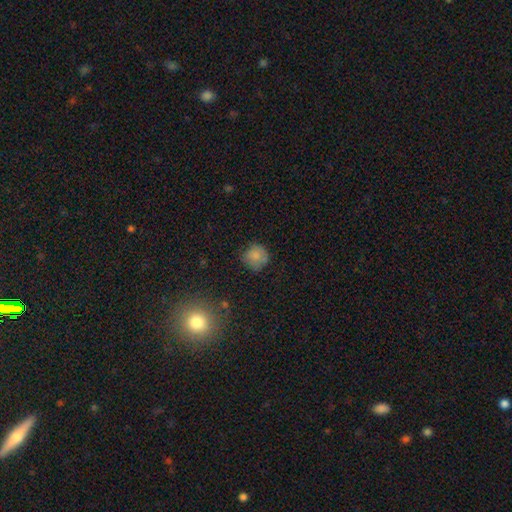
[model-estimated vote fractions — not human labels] A smooth galaxy with no disk features (82%) that is round (89%).

Vote fractions:
- Smooth or featured? smooth: 82% / star or artifact: 10% / featured or disk: 8%
- How rounded? round: 89% / in between: 10% / cigar-shaped: 1%
- Merging? none: 73% / minor disturbance: 20% / major disturbance: 5% / merger: 2%